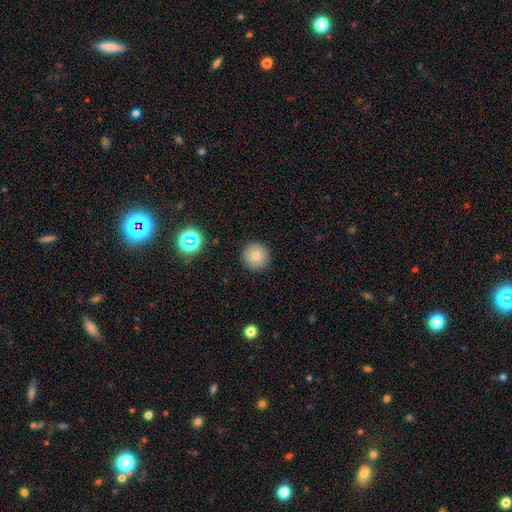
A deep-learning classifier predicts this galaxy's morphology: This is likely a smooth galaxy (79%). How rounded: clearly round (96%). Merging: clearly none (92%).